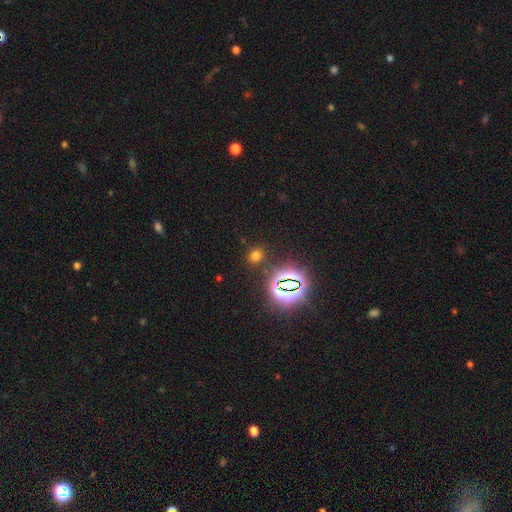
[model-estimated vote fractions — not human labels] smooth_or_featured: smooth (p=0.58) [alt: star or artifact p=0.35]
how_rounded: round (p=0.72) [alt: in between p=0.27]
merging: none (p=0.83) [alt: minor disturbance p=0.09]